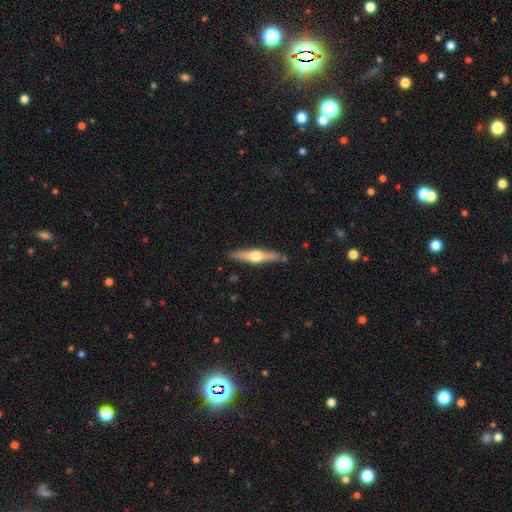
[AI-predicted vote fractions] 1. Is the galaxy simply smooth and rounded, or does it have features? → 64% featured or disk, 31% smooth, 5% star or artifact.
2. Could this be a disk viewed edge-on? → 96% yes, 4% no.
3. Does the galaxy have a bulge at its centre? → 94% rounded, 3% boxy, 3% none.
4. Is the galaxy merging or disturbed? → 85% none, 10% minor disturbance, 3% merger, 2% major disturbance.